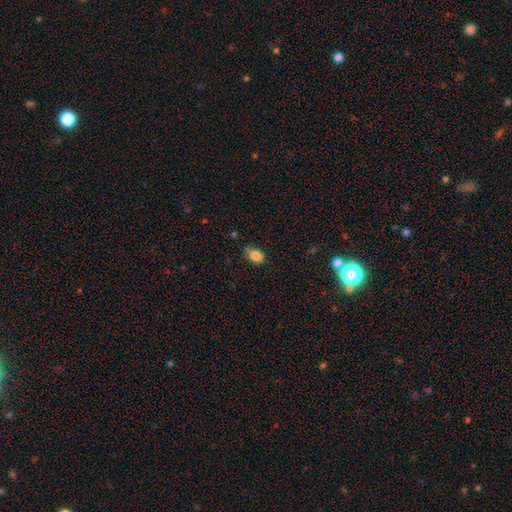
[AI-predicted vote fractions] Smooth or featured: smooth — 84% (star or artifact — 9%)
How rounded: in between — 84% (round — 13%)
Merging: none — 54% (minor disturbance — 36%)